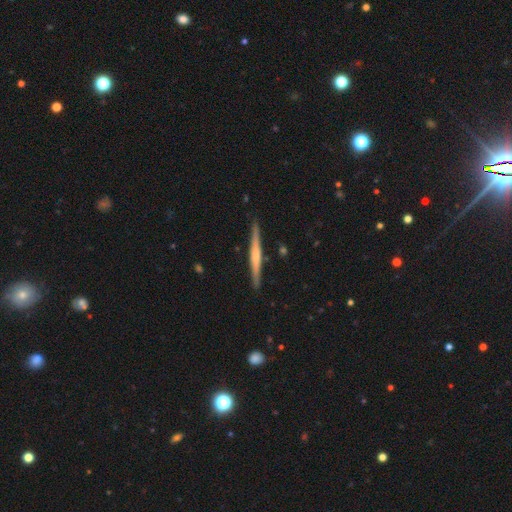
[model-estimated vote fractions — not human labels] This is likely a featured or disk galaxy (63%). It is clearly viewed edge-on (98%). Edge-on bulge: possibly rounded (46%). Merging: clearly none (90%).